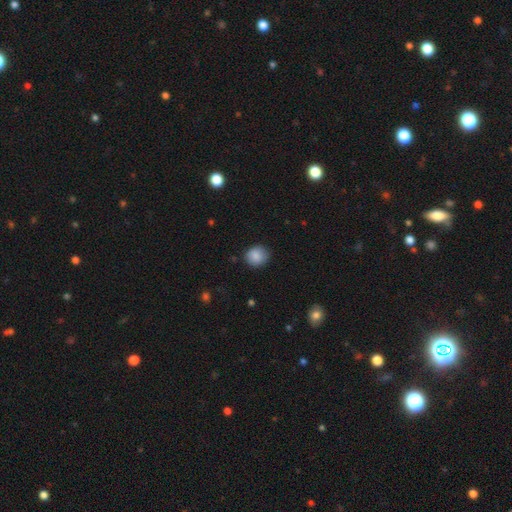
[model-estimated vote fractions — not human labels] Smooth or featured? smooth (86%)
How rounded? round (79%)
Merging? none (82%)